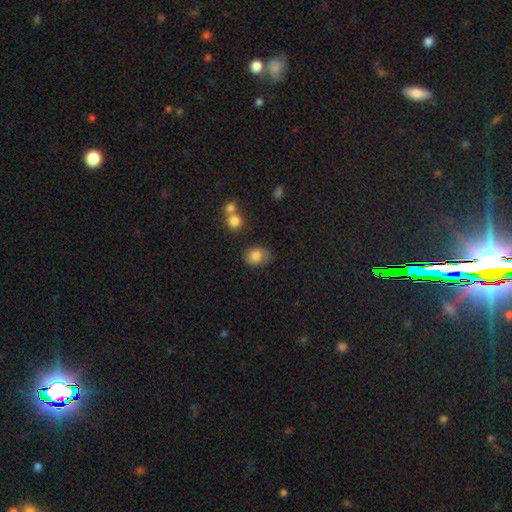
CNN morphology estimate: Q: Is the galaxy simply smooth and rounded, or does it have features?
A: smooth — 80%.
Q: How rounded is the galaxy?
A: in between — 57%.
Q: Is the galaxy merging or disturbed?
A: none — 61%.